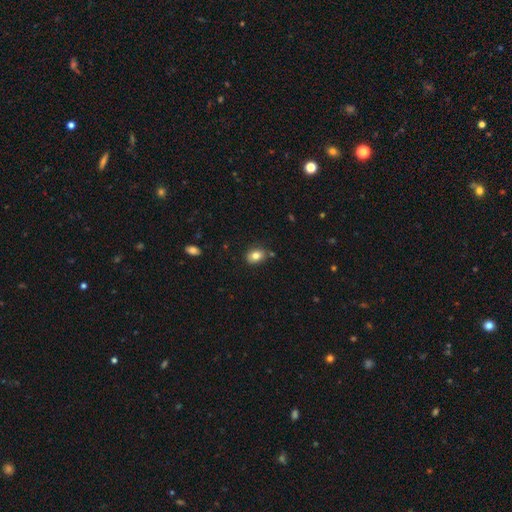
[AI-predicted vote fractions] A smooth galaxy with no disk features (82%) that is in between round and cigar-shaped (70%).

Vote fractions:
- Smooth or featured? smooth: 82% / star or artifact: 10% / featured or disk: 9%
- How rounded? in between: 70% / round: 29% / cigar-shaped: 1%
- Merging? none: 79% / minor disturbance: 14% / merger: 4% / major disturbance: 3%